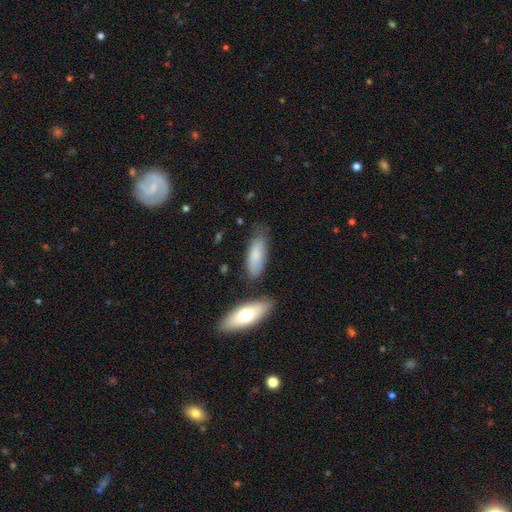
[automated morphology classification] smooth 80%, featured or disk 14%, star or artifact 6%. Down the decision tree: how rounded — in between (69%); merging — none (68%).